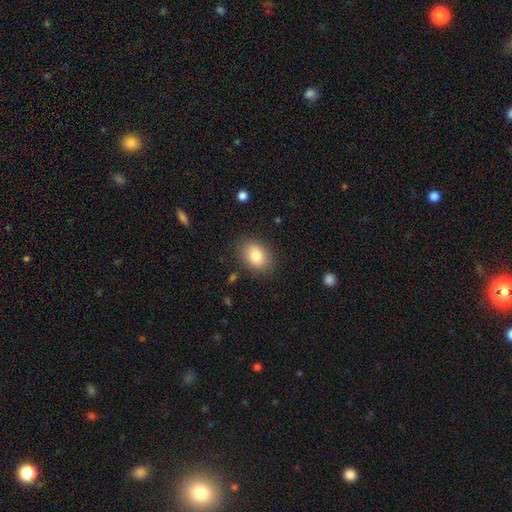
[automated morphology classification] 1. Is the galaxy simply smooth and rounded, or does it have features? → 84% smooth, 8% featured or disk, 8% star or artifact.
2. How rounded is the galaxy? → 72% in between, 27% round, 1% cigar-shaped.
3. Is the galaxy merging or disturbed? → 85% none, 10% minor disturbance, 3% major disturbance, 1% merger.